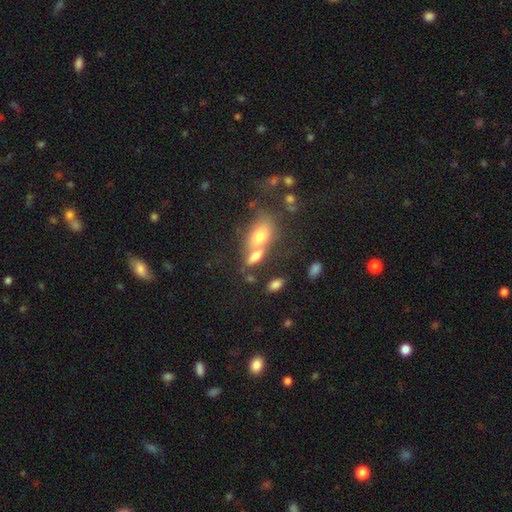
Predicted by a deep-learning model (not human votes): A smooth galaxy with no disk features (69%) that is in between round and cigar-shaped (79%).

Vote fractions:
- Smooth or featured? smooth: 69% / featured or disk: 20% / star or artifact: 11%
- How rounded? in between: 79% / cigar-shaped: 10% / round: 10%
- Merging? merger: 56% / none: 29% / minor disturbance: 10% / major disturbance: 6%